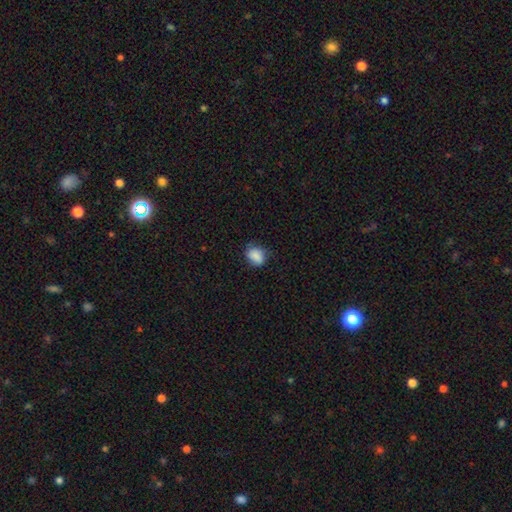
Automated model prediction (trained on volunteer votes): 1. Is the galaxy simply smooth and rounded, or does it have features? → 84% smooth, 9% star or artifact, 7% featured or disk.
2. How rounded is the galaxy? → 55% in between, 44% round, 1% cigar-shaped.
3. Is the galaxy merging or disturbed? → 67% none, 25% minor disturbance, 6% major disturbance, 1% merger.